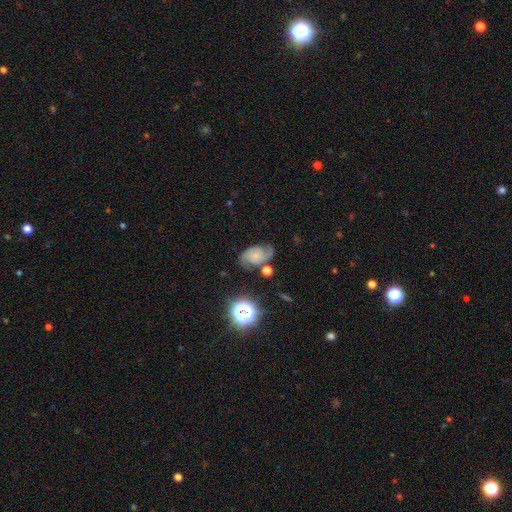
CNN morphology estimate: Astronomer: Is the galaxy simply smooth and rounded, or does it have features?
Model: featured or disk — 68%.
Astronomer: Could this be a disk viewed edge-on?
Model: no — 97%.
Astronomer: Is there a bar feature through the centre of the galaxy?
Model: no — 74%.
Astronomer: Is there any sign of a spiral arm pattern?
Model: yes — 93%.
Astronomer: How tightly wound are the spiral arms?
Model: medium — 45% (runner-up: tight, 33%).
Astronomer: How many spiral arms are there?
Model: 2 — 81%.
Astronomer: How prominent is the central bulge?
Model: small — 60%.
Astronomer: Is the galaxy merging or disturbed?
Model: none — 62%.